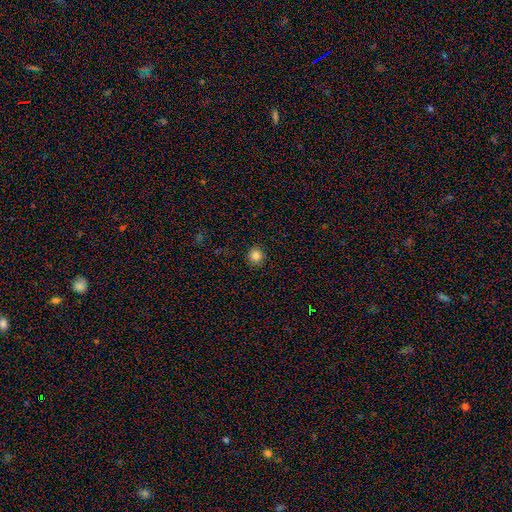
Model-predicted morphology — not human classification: Overall: smooth (84%). How rounded: round (92%). Merging: none (91%).